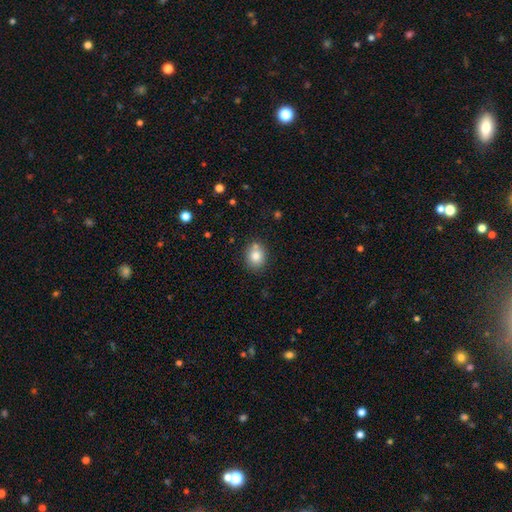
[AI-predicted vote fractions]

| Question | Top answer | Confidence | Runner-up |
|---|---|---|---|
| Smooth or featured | smooth | 80% | star or artifact (10%) |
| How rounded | round | 62% | in between (37%) |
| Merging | none | 74% | minor disturbance (13%) |